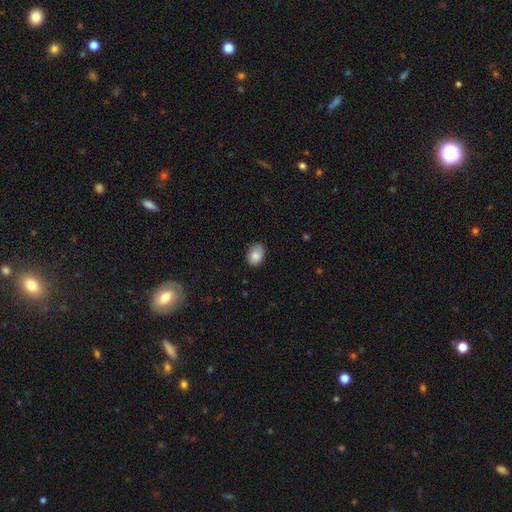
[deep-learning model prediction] Overall: smooth (85%). How rounded: in between (69%; round 30%). Merging: none (70%).